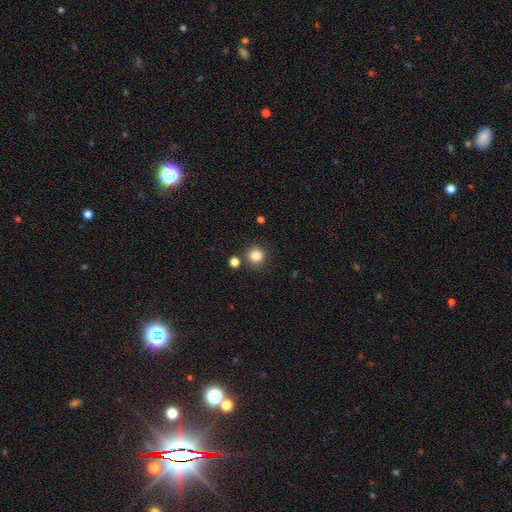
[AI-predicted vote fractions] Morphology: type=smooth (84%); roundness=round (91%); merging=none (82%).